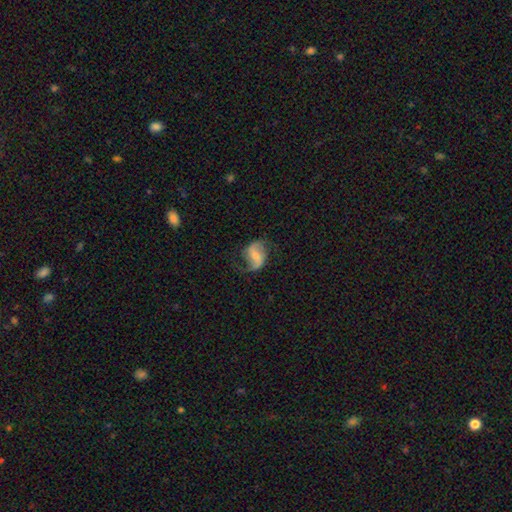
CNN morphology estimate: smooth-or-featured: featured or disk: 78% | smooth: 16% | star or artifact: 6%
  disk-edge-on: no: 97% | yes: 3%
    bar: weak: 44% | no: 30% | strong: 26%
    has-spiral-arms: yes: 94% | no: 6%
      spiral-winding: loose: 62% | medium: 30% | tight: 8%
      spiral-arm-count: 2: 87% | 1: 6% | can't tell: 3% | 3: 1% | 4: 1% | more than 4: 1%
    bulge-size: small: 50% | moderate: 41% | none: 5% | large: 3% | dominant: 1%
  merging: none: 68% | minor disturbance: 19% | major disturbance: 11% | merger: 1%